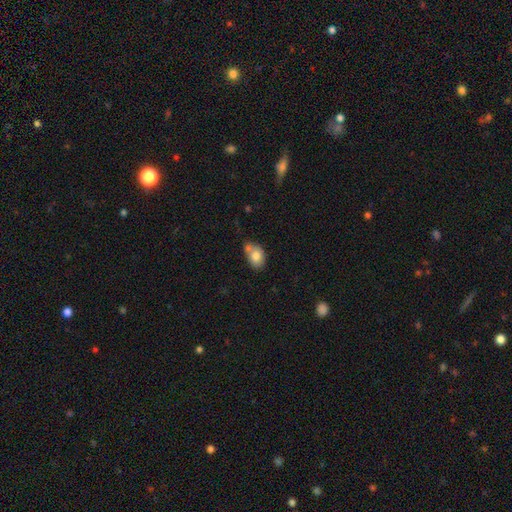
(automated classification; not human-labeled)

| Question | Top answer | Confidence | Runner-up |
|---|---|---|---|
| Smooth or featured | smooth | 78% | featured or disk (14%) |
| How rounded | in between | 78% | round (21%) |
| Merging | none | 41% | merger (32%) |